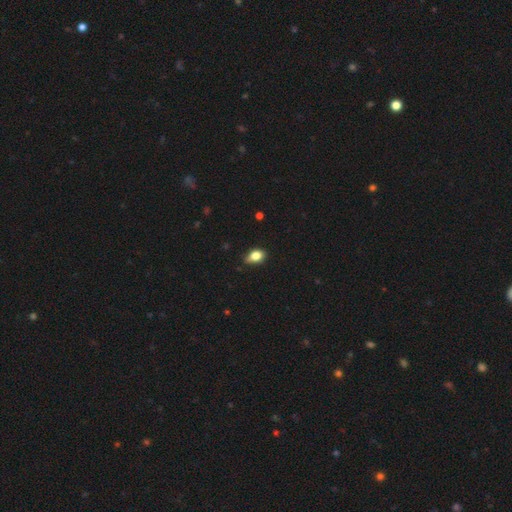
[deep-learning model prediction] A smooth galaxy with no disk features (81%) that is in between round and cigar-shaped (76%). Merging: none (63%).